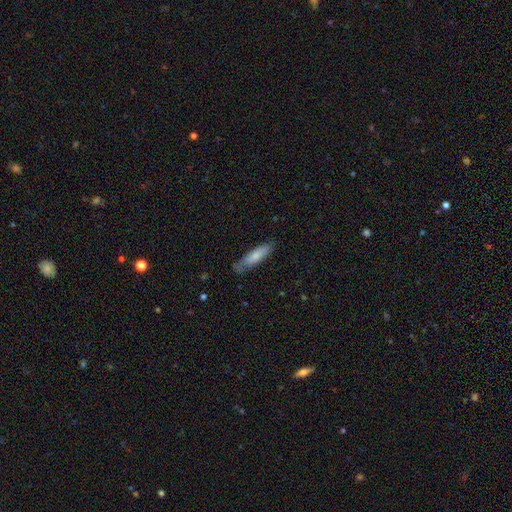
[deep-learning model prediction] Smooth or featured? Predicted: smooth (p=0.74). How rounded? Predicted: cigar-shaped (p=0.63). Merging? Predicted: none (p=0.69).